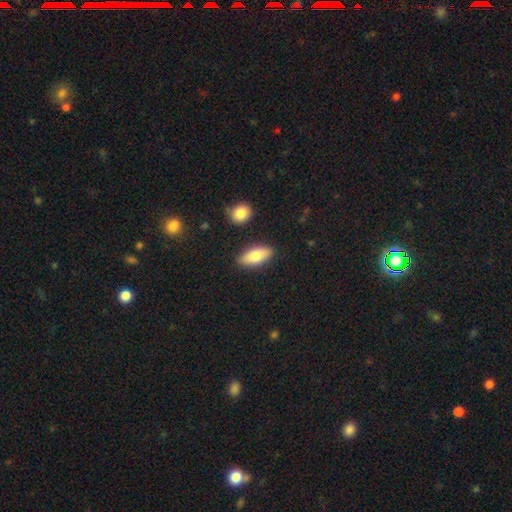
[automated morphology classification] A smooth galaxy with no disk features (78%) that is in between round and cigar-shaped (81%). Merging: none (85%).